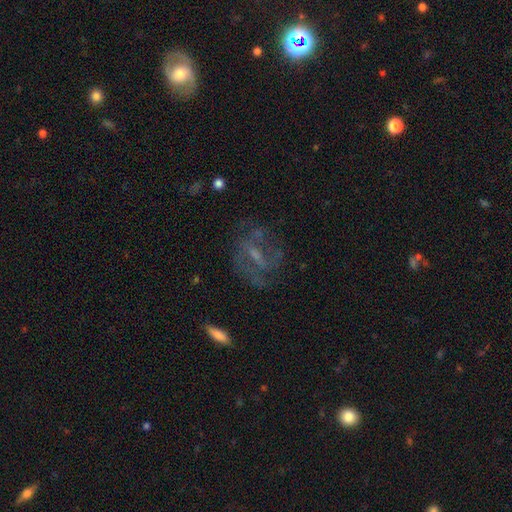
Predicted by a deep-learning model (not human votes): Smooth or featured? featured or disk (71%)
Edge-on disk? no (94%)
Bar? weak (50%)
Spiral arms? yes (77%)
Spiral winding? medium (46%)
Spiral arm count? 2 (48%)
Bulge size? small (49%)
Merging? none (63%)